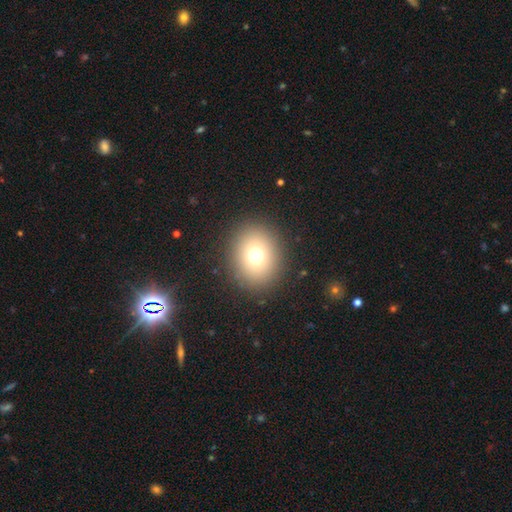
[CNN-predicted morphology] Overall: smooth (73%). How rounded: round (69%; in between 30%). Merging: none (89%).